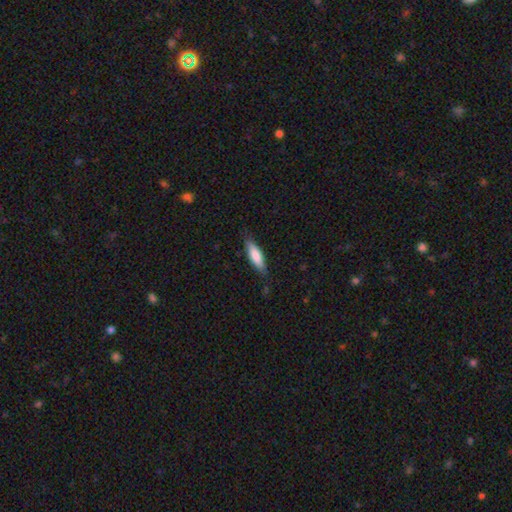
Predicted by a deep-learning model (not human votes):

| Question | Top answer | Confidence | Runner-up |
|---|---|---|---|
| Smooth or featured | smooth | 77% | featured or disk (17%) |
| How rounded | cigar-shaped | 56% | in between (43%) |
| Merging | none | 80% | minor disturbance (16%) |